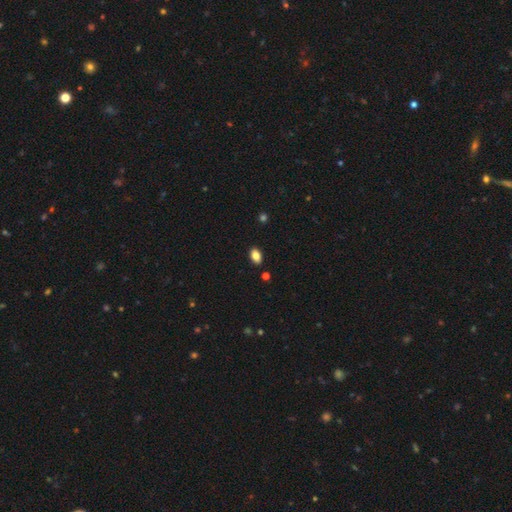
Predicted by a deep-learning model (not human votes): Smooth or featured: smooth — 84% (star or artifact — 9%)
How rounded: in between — 87% (round — 11%)
Merging: none — 88% (minor disturbance — 8%)